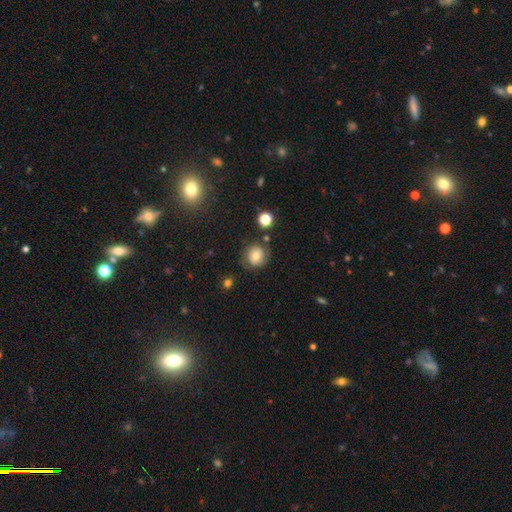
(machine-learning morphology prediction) This appears to be a smooth galaxy with no disk features (69%) that is round (85%). Merging: none (75%).